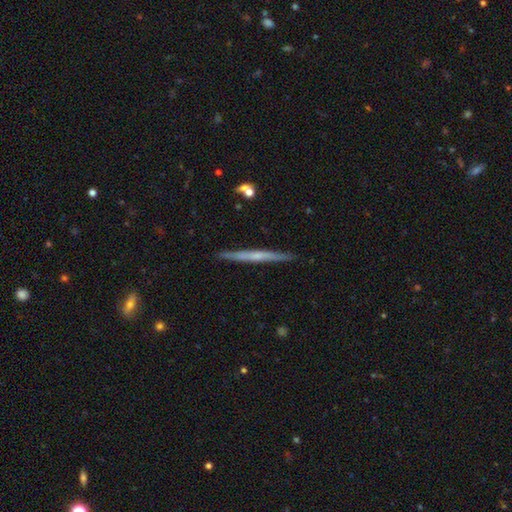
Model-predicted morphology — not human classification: Smooth or featured? Predicted: featured or disk (p=0.60). Edge-on disk? Predicted: yes (p=0.97). Edge-on bulge? Predicted: none (p=0.61). Merging? Predicted: none (p=0.91).